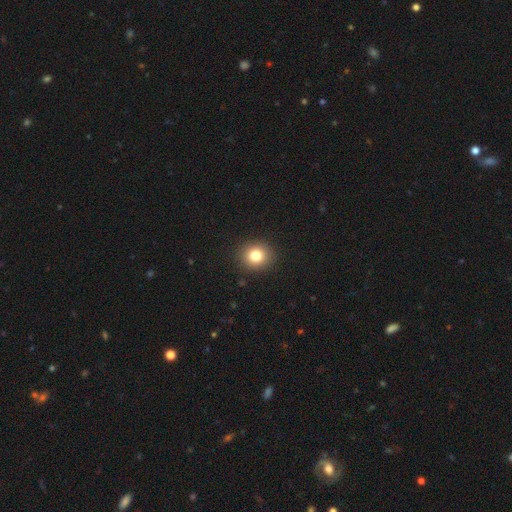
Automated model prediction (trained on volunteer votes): This is clearly a smooth galaxy (81%). How rounded: clearly round (83%). Merging: clearly none (91%).